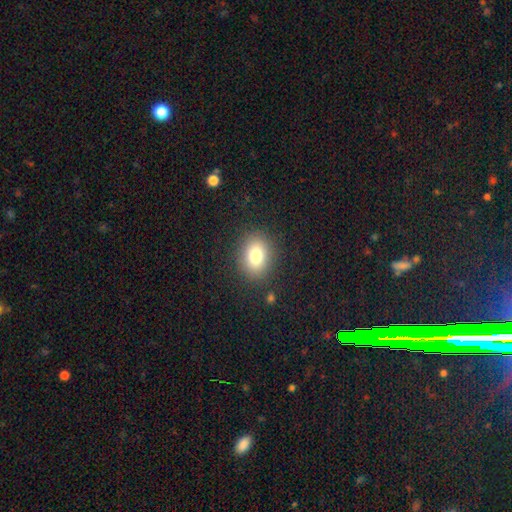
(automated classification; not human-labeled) A smooth galaxy with no disk features (79%) that is in between round and cigar-shaped (54%).

Vote fractions:
- Smooth or featured? smooth: 79% / star or artifact: 11% / featured or disk: 10%
- How rounded? in between: 54% / round: 45% / cigar-shaped: 1%
- Merging? none: 87% / minor disturbance: 8% / major disturbance: 3% / merger: 1%